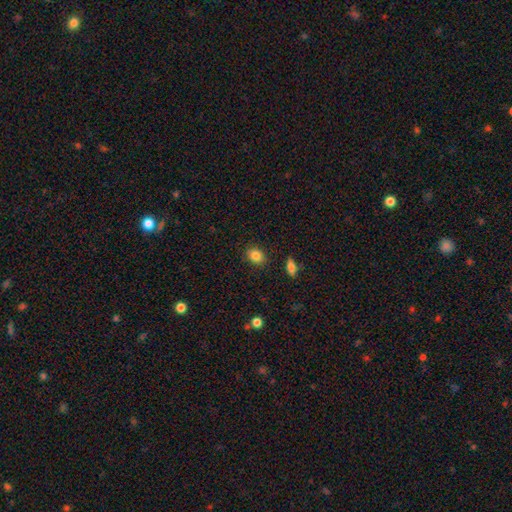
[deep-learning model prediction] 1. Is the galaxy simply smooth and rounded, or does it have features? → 84% smooth, 10% star or artifact, 6% featured or disk.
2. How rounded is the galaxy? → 59% in between, 40% round, 1% cigar-shaped.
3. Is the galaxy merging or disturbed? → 87% none, 9% minor disturbance, 2% major disturbance, 2% merger.